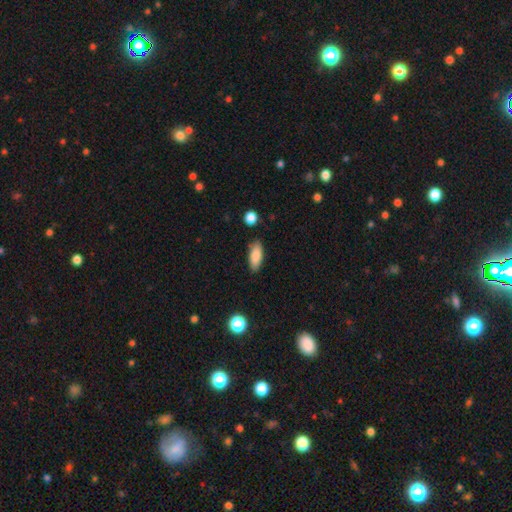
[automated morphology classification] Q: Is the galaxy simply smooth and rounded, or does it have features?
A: smooth — 85%.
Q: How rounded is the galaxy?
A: in between — 79%.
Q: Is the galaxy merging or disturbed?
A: none — 83%.